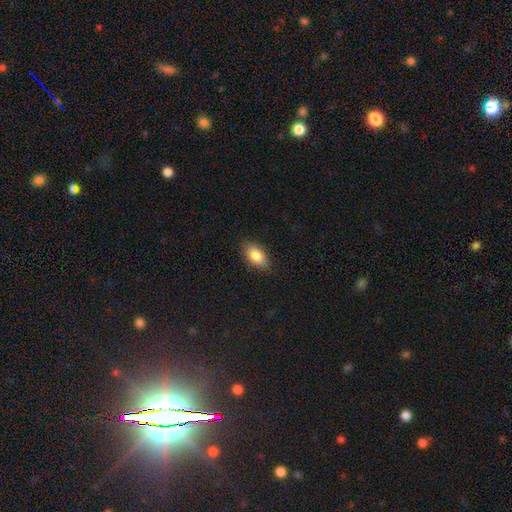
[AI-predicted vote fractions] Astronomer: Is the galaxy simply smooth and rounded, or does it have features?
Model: smooth — 84%.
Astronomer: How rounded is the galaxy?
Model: in between — 92%.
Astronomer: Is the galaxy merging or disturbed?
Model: none — 87%.